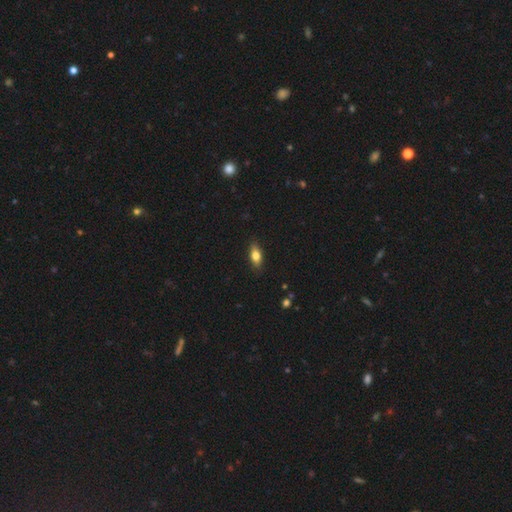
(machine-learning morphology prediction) type=smooth (70%); roundness=in between (76%); merging=none (86%).